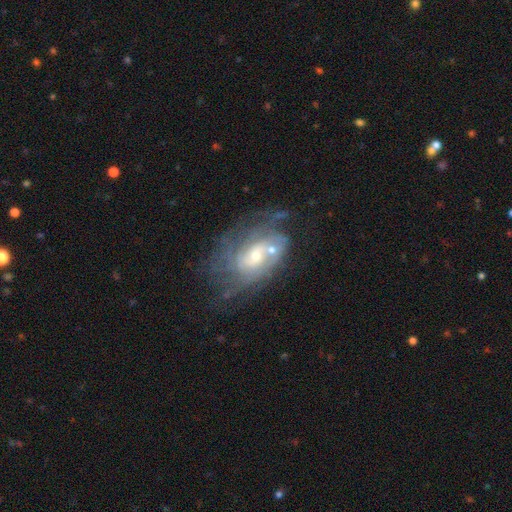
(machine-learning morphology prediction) Smooth or featured: featured or disk — 80% (smooth — 12%)
Edge-on disk: no — 96% (yes — 4%)
Bar: no — 63% (weak — 31%)
Spiral arms: yes — 86% (no — 14%)
Spiral winding: tight — 56% (medium — 31%)
Spiral arm count: can't tell — 51% (2 — 18%)
Bulge size: small — 55% (moderate — 39%)
Merging: none — 46% (minor disturbance — 19%)